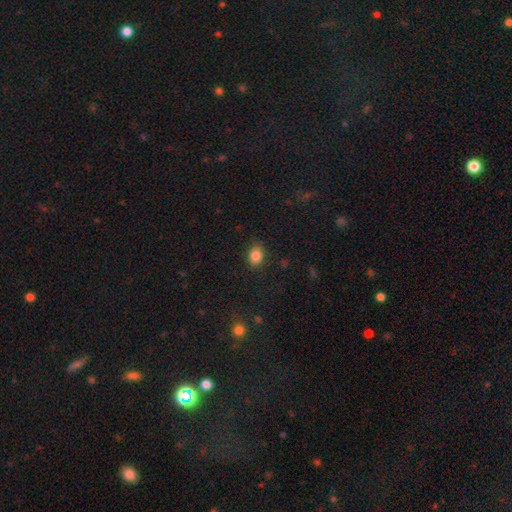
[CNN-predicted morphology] type=smooth (85%); roundness=in between (57%); merging=none (84%).